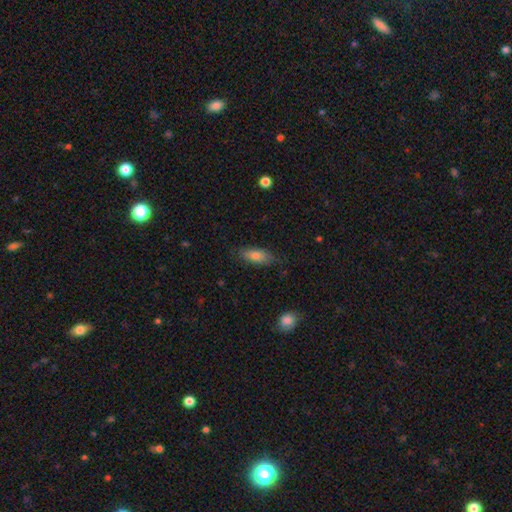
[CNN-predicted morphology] Q: Smooth or featured?
A: smooth (78%); runner-up: featured or disk (15%)
Q: How rounded?
A: in between (77%); runner-up: cigar-shaped (20%)
Q: Merging?
A: none (76%); runner-up: minor disturbance (18%)